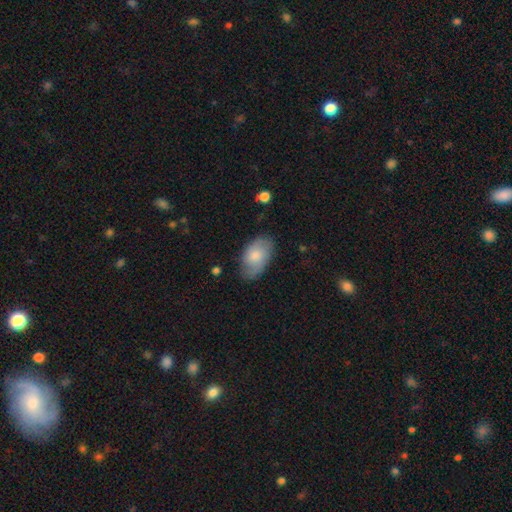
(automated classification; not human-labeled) Overall: smooth (72%). How rounded: in between (94%). Merging: none (74%).